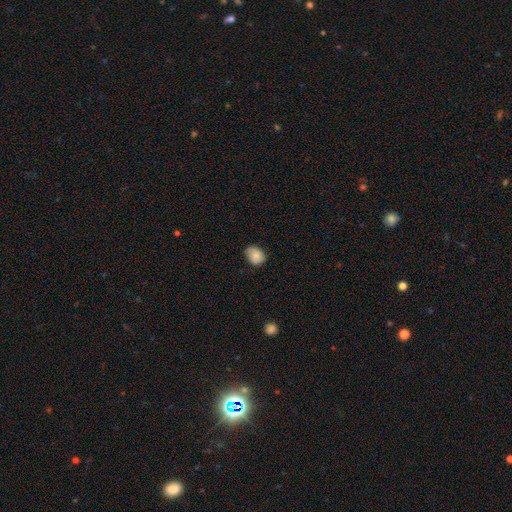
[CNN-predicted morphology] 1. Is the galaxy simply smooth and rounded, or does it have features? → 83% smooth, 8% featured or disk, 8% star or artifact.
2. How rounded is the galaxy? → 52% in between, 47% round, 1% cigar-shaped.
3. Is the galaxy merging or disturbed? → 70% none, 25% minor disturbance, 4% major disturbance, 1% merger.